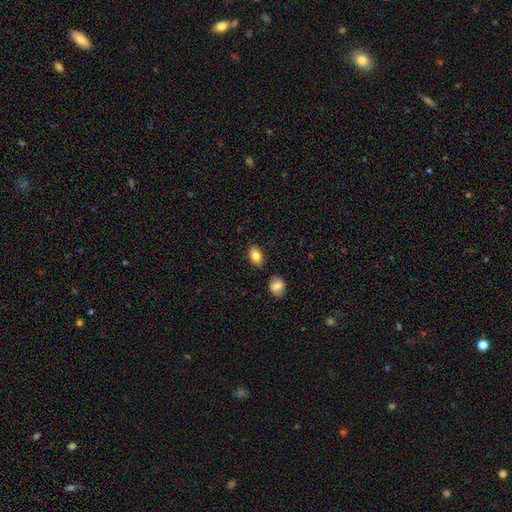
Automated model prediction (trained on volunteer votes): Smooth or featured?
  - smooth: 84% *
  - featured or disk: 8%
  - star or artifact: 8%
How rounded?
  - in between: 88% *
  - round: 10%
  - cigar-shaped: 2%
Merging?
  - none: 85% *
  - minor disturbance: 9%
  - merger: 3%
  - major disturbance: 2%